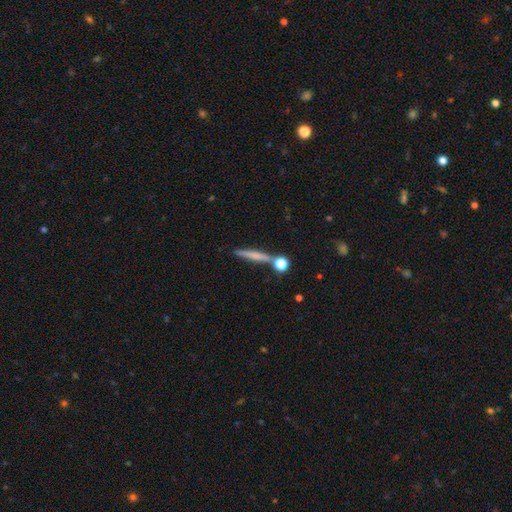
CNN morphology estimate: Overall: smooth (54%; featured or disk 37%). How rounded: cigar-shaped (88%). Merging: none (75%).